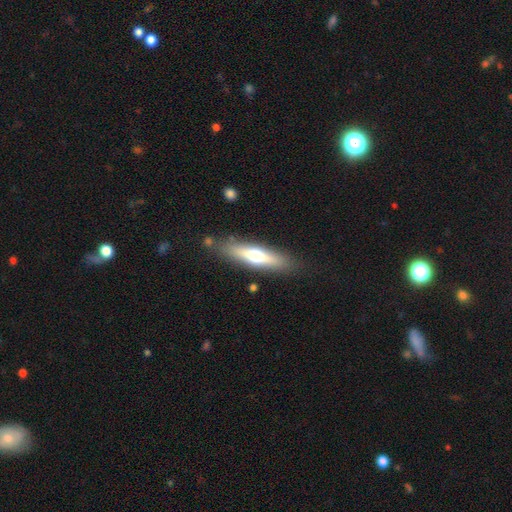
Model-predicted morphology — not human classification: A smooth galaxy with no disk features (50%).

Vote fractions:
- Smooth or featured? smooth: 50% / featured or disk: 44% / star or artifact: 6%
- Merging? none: 83% / minor disturbance: 11% / major disturbance: 3% / merger: 3%